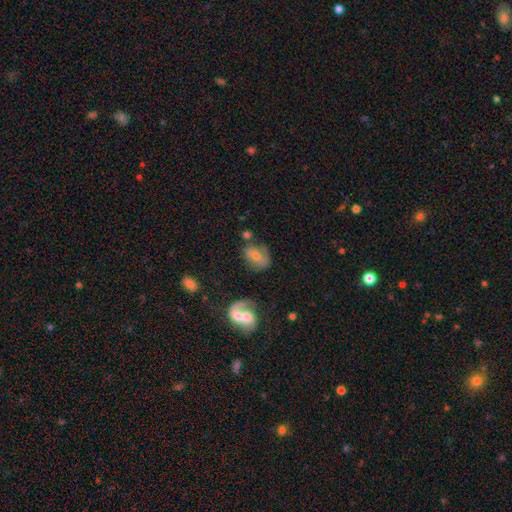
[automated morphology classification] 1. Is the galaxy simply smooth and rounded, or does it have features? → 48% featured or disk, 39% smooth, 12% star or artifact.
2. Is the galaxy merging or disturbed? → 52% none, 18% minor disturbance, 16% merger, 13% major disturbance.